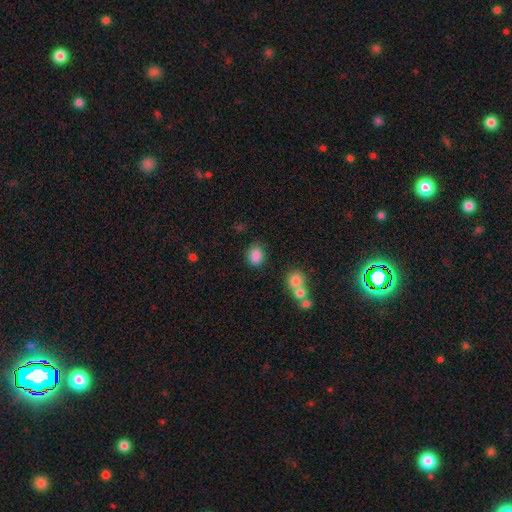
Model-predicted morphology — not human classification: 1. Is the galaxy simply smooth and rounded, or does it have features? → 86% smooth, 10% star or artifact, 4% featured or disk.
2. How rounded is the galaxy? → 59% in between, 40% round, 1% cigar-shaped.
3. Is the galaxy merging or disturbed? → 77% none, 14% minor disturbance, 5% merger, 4% major disturbance.